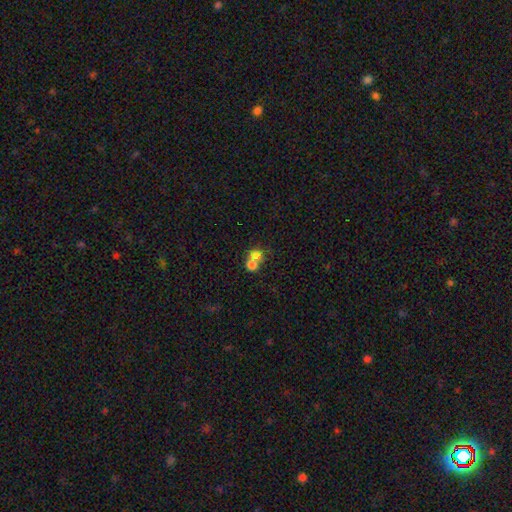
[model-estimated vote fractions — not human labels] smooth 74%, featured or disk 15%, star or artifact 11%. Down the decision tree: how rounded — round (75%); merging — merger (63%).